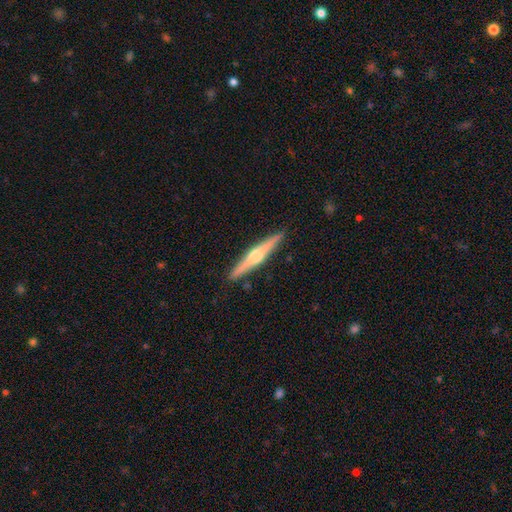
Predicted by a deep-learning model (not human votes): This appears to be a featured or disk galaxy (73%) viewed edge-on (98%) with a rounded central bulge (91%). Merging: none (91%).